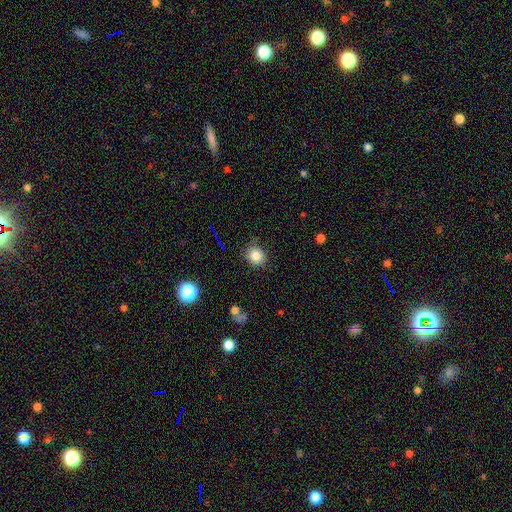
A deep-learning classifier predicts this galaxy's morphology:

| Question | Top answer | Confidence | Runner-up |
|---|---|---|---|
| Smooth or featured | smooth | 83% | star or artifact (12%) |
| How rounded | round | 78% | in between (21%) |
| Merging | none | 83% | minor disturbance (12%) |